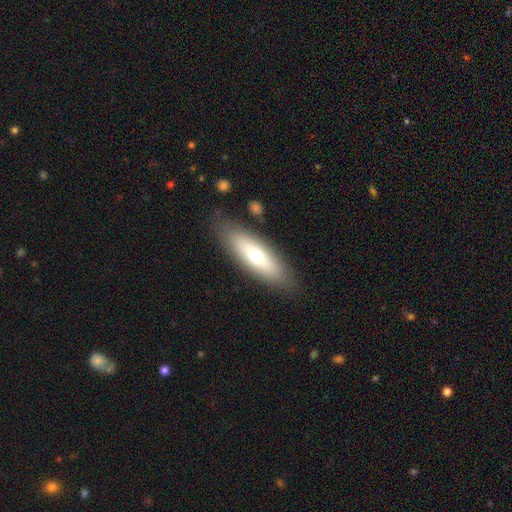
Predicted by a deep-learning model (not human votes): The model was most divided on "how rounded": in between: 50%, cigar-shaped: 48%, round: 2%. More confident: merging — none (85%); smooth or featured — smooth (63%).